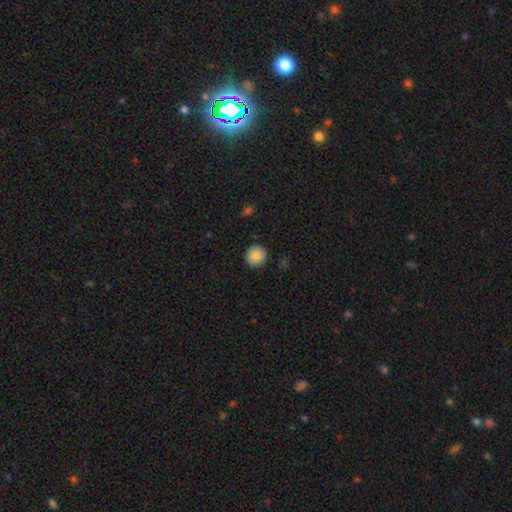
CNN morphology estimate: This is clearly a smooth galaxy (88%). How rounded: clearly round (94%). Merging: clearly none (91%).